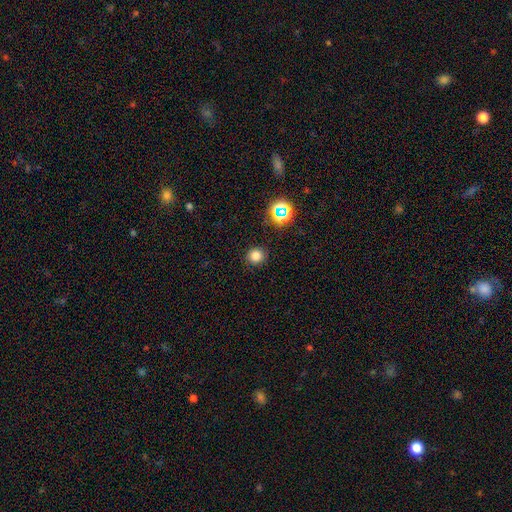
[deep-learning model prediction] This is likely a smooth galaxy (78%). How rounded: clearly round (92%). Merging: clearly none (90%).